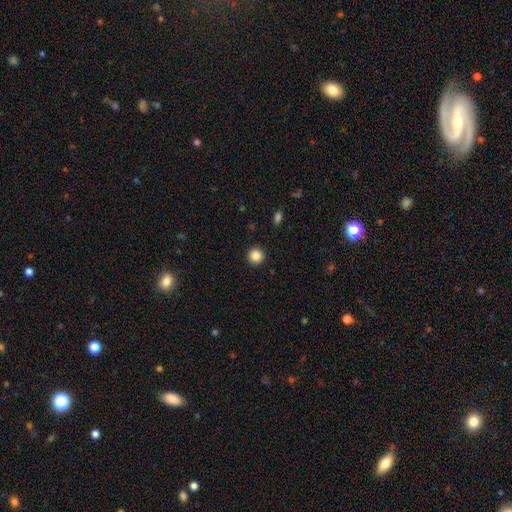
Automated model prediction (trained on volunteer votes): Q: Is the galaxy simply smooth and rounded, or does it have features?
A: smooth — 86%.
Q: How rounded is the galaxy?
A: round — 95%.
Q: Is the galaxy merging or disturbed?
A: none — 93%.